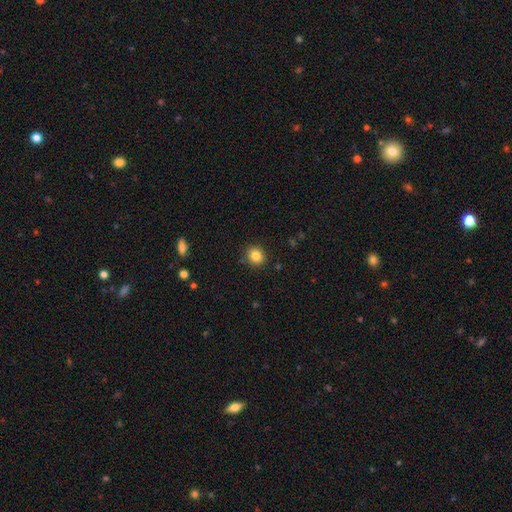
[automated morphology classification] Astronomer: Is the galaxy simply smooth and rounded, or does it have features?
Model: smooth — 84%.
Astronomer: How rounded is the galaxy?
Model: round — 78%.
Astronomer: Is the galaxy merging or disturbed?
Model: none — 89%.